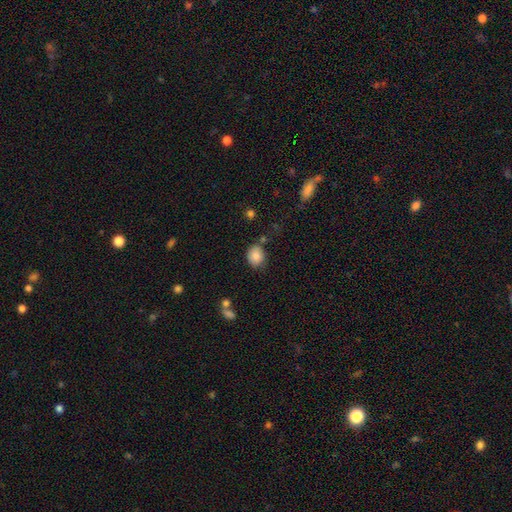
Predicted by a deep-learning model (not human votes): Q: Smooth or featured?
A: smooth (84%); runner-up: star or artifact (9%)
Q: How rounded?
A: round (62%); runner-up: in between (37%)
Q: Merging?
A: none (73%); runner-up: minor disturbance (17%)